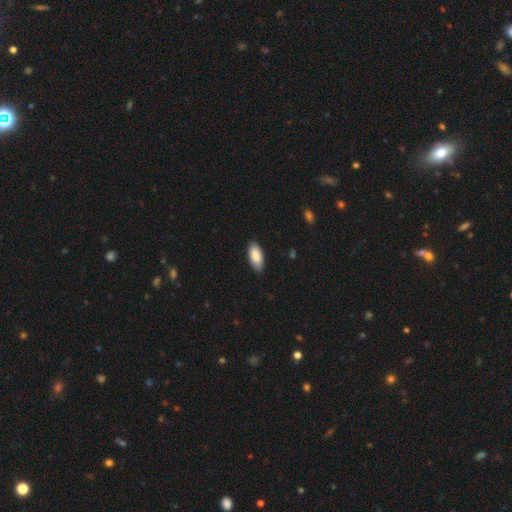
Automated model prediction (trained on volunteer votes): The model was most divided on "merging": none: 86%, minor disturbance: 11%, major disturbance: 2%, merger: 1%. More confident: how rounded — in between (91%); smooth or featured — smooth (88%).